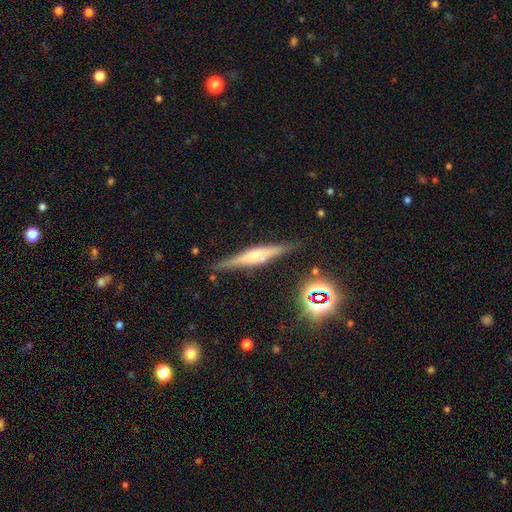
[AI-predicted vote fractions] A featured or disk galaxy (70%) viewed edge-on (97%) with a rounded central bulge (60%).

Vote fractions:
- Smooth or featured? featured or disk: 70% / smooth: 21% / star or artifact: 9%
- Edge-on disk? yes: 97% / no: 3%
- Edge-on bulge? rounded: 60% / boxy: 31% / none: 9%
- Merging? none: 85% / minor disturbance: 11% / major disturbance: 2% / merger: 2%